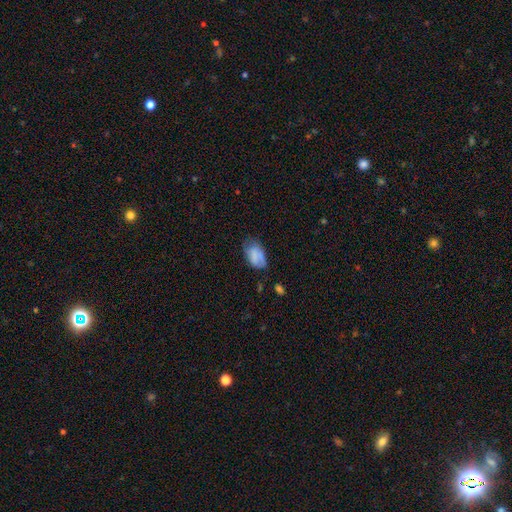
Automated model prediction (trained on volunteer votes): smooth 72%, featured or disk 19%, star or artifact 9%. Down the decision tree: how rounded — in between (92%); merging — none (49%).